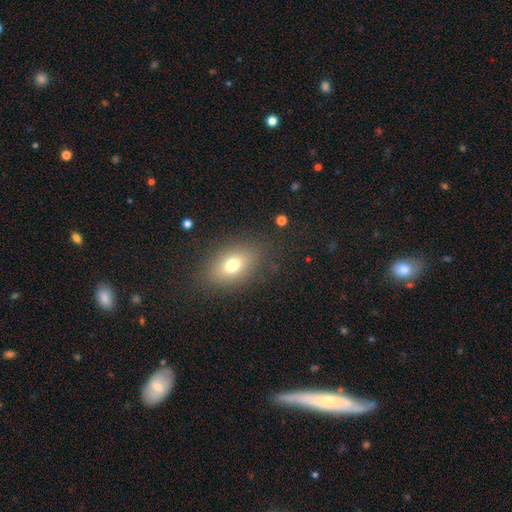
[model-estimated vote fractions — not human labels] The model was most divided on "smooth or featured": smooth: 64%, star or artifact: 20%, featured or disk: 17%. More confident: merging — none (86%); how rounded — in between (73%).